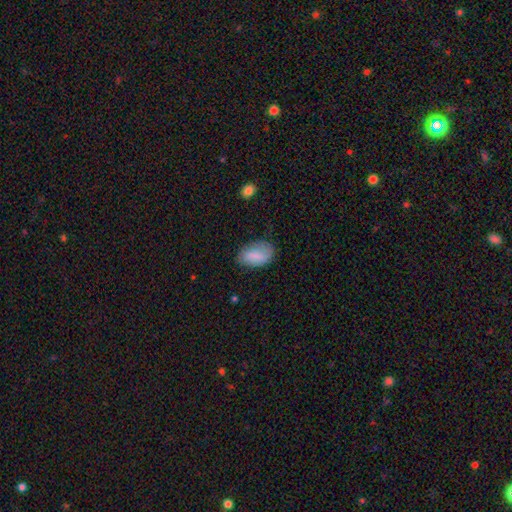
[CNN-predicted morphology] Q: Smooth or featured?
A: smooth (79%); runner-up: featured or disk (14%)
Q: How rounded?
A: in between (92%); runner-up: round (6%)
Q: Merging?
A: none (66%); runner-up: minor disturbance (25%)